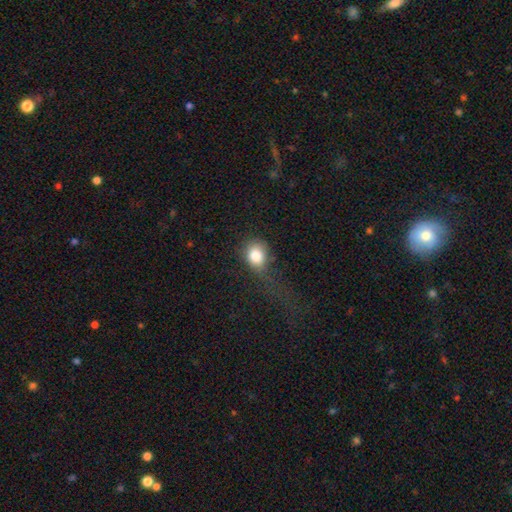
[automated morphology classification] smooth_or_featured: smooth (p=0.82) [alt: star or artifact p=0.10]
how_rounded: round (p=0.56) [alt: in between p=0.42]
merging: none (p=0.42) [alt: major disturbance p=0.29]